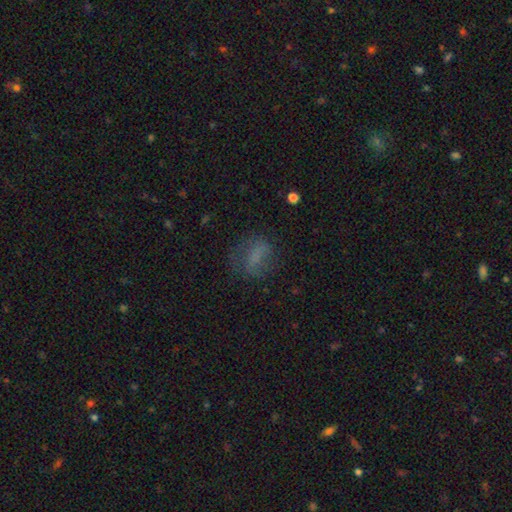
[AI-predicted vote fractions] Q: Smooth or featured?
A: smooth (57%); runner-up: featured or disk (28%)
Q: How rounded?
A: in between (63%); runner-up: round (30%)
Q: Merging?
A: none (58%); runner-up: minor disturbance (21%)